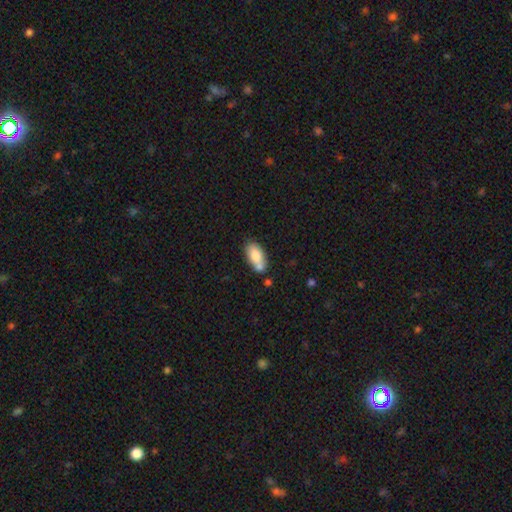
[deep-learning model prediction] Smooth or featured? smooth (78%)
How rounded? in between (90%)
Merging? none (49%)